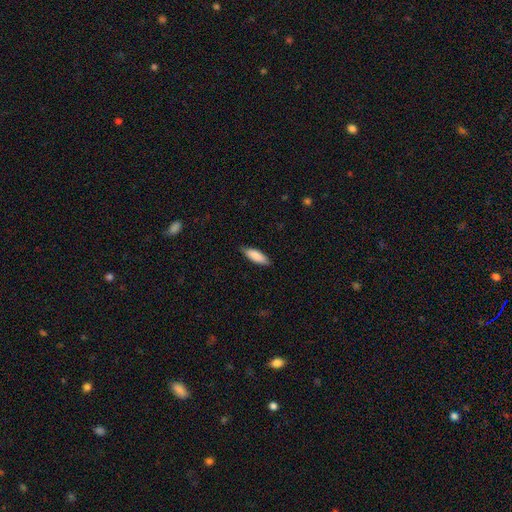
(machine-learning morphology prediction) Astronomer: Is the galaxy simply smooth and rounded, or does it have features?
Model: smooth — 87%.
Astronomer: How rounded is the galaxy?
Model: in between — 60% (runner-up: cigar-shaped, 39%).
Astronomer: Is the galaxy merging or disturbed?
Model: none — 83%.